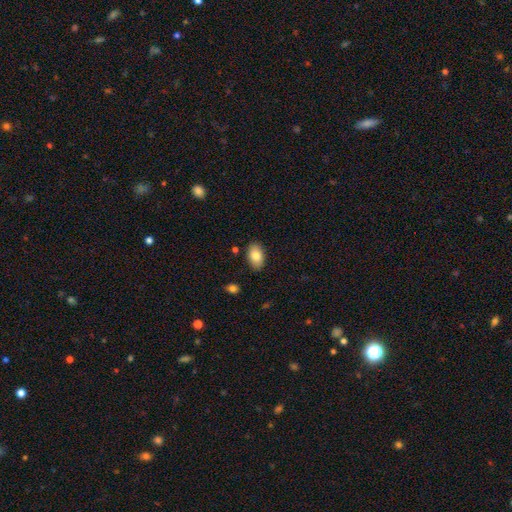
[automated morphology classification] type=smooth (83%); roundness=in between (91%); merging=none (87%).